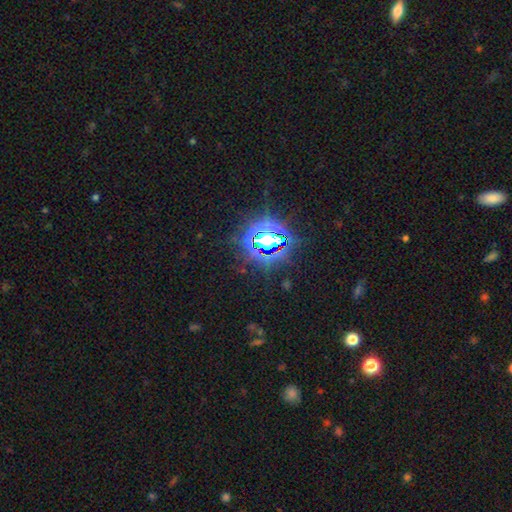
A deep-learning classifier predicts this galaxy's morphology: The model was most divided on "smooth or featured": star or artifact: 81%, smooth: 11%, featured or disk: 8%.